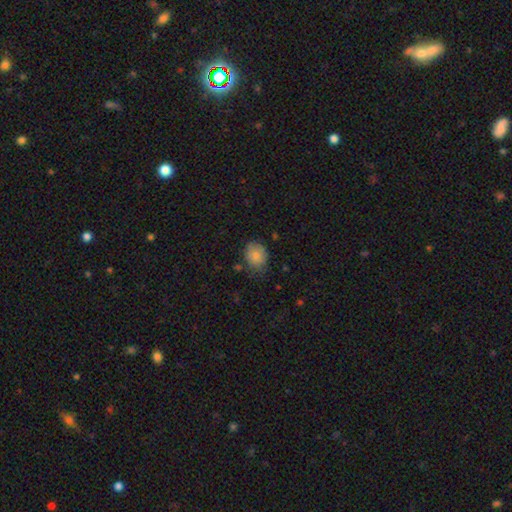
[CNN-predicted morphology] A smooth galaxy with no disk features (81%) that is round (56%).

Vote fractions:
- Smooth or featured? smooth: 81% / featured or disk: 10% / star or artifact: 9%
- How rounded? round: 56% / in between: 43% / cigar-shaped: 1%
- Merging? none: 68% / minor disturbance: 24% / major disturbance: 5% / merger: 3%